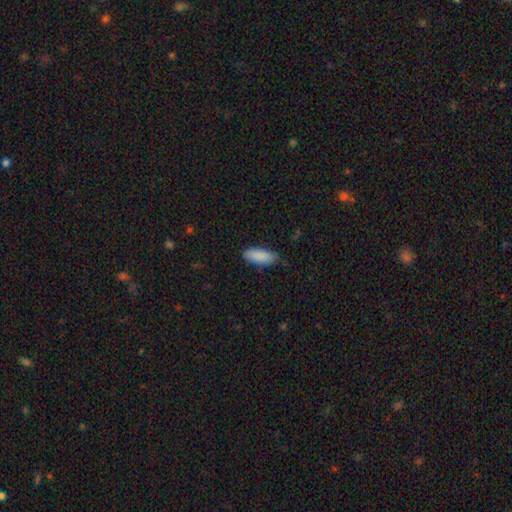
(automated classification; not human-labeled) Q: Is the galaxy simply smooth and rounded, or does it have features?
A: smooth — 89%.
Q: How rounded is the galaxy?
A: in between — 78%.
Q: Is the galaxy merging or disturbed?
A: none — 82%.